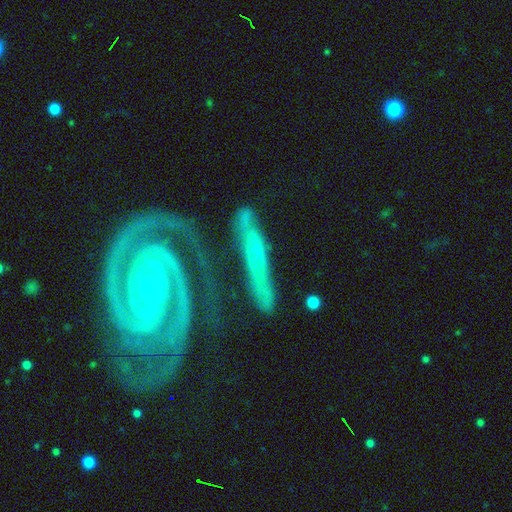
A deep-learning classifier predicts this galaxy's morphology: A featured or disk galaxy (82%) with no bar (53%), 2 (77%) tight (81%) spiral arms (95%) and a small central bulge (80%).

Vote fractions:
- Smooth or featured? featured or disk: 82% / smooth: 11% / star or artifact: 7%
- Edge-on disk? no: 85% / yes: 15%
- Bar? no: 53% / strong: 24% / weak: 23%
- Spiral arms? yes: 95% / no: 5%
- Spiral winding? tight: 81% / medium: 15% / loose: 4%
- Spiral arm count? 2: 77% / can't tell: 9% / 3: 6% / 4: 3% / 1: 3% / more than 4: 3%
- Bulge size? small: 80% / moderate: 14% / none: 3% / large: 2% / dominant: 1%
- Merging? none: 68% / minor disturbance: 16% / merger: 9% / major disturbance: 6%